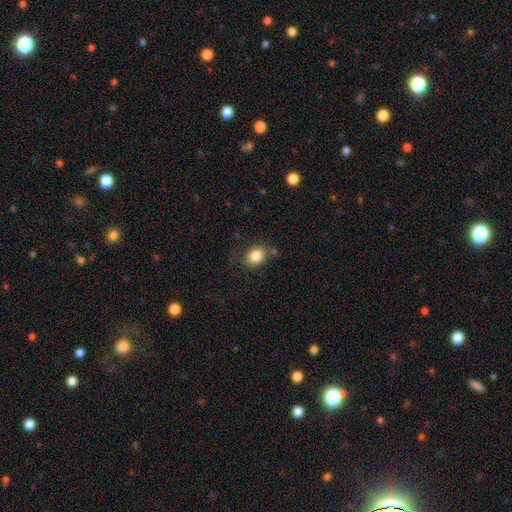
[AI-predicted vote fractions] Smooth or featured? Predicted: smooth (p=0.83). How rounded? Predicted: in between (p=0.57). Merging? Predicted: none (p=0.71).